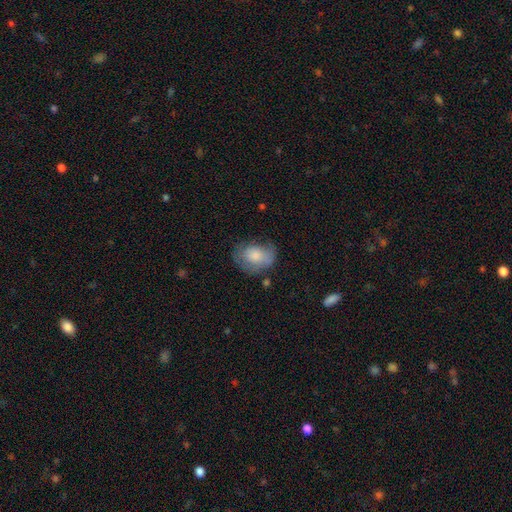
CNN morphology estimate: Smooth or featured: smooth — 74% (featured or disk — 19%)
How rounded: in between — 70% (round — 29%)
Merging: none — 50% (minor disturbance — 31%)